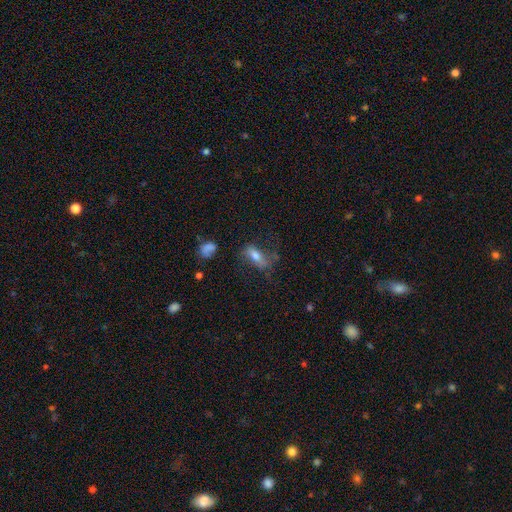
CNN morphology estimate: Smooth or featured?
  - smooth: 63% *
  - featured or disk: 26%
  - star or artifact: 11%
How rounded?
  - in between: 73% *
  - cigar-shaped: 22%
  - round: 5%
Merging?
  - none: 45% *
  - major disturbance: 25%
  - minor disturbance: 25%
  - merger: 4%